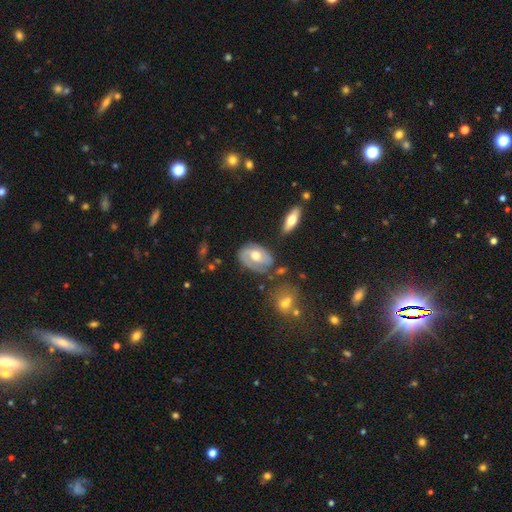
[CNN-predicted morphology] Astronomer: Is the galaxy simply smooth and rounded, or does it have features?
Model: featured or disk — 70%.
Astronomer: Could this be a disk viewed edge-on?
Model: no — 94%.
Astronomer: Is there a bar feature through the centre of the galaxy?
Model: no — 57% (runner-up: weak, 34%).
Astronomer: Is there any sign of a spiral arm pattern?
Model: yes — 78%.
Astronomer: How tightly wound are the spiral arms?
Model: tight — 52% (runner-up: medium, 35%).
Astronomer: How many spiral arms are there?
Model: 2 — 58%.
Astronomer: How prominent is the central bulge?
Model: moderate — 69%.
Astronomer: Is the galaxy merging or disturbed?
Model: none — 60%.